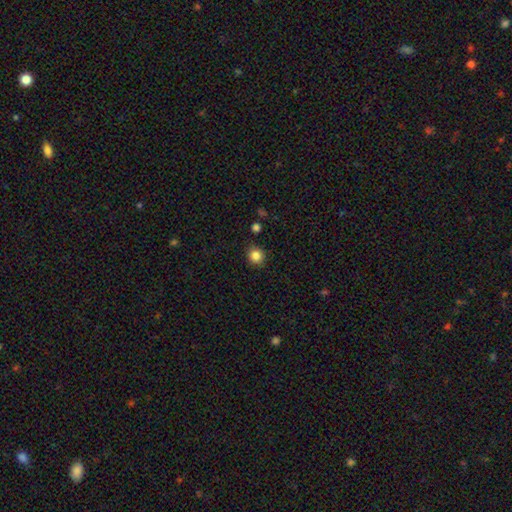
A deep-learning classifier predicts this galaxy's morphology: type=smooth (84%); roundness=round (86%); merging=none (89%).